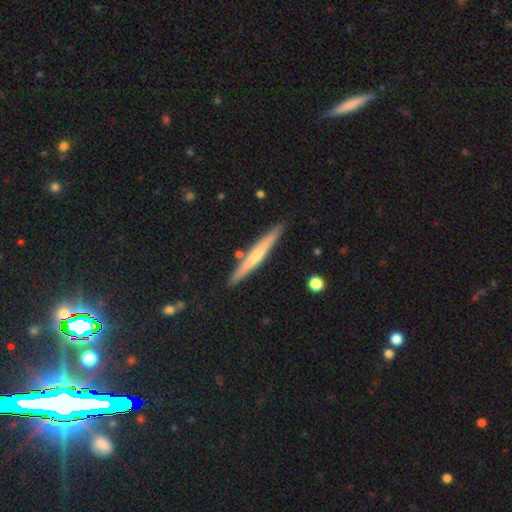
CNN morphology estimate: smooth_or_featured: smooth (p=0.49) [alt: featured or disk p=0.46]
merging: none (p=0.87) [alt: minor disturbance p=0.08]